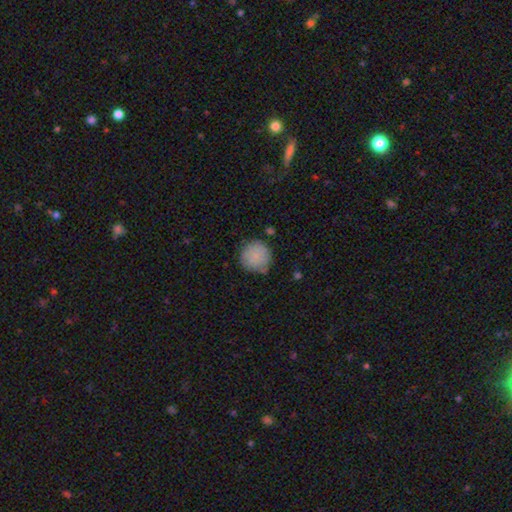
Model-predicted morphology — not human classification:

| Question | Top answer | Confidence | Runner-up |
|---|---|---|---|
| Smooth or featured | smooth | 85% | featured or disk (8%) |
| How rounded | round | 93% | in between (6%) |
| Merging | none | 72% | minor disturbance (19%) |